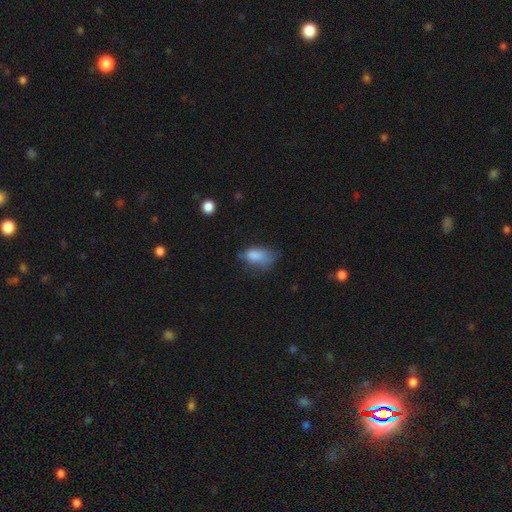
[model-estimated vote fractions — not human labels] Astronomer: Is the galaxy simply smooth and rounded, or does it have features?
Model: smooth — 80%.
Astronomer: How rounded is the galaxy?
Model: in between — 89%.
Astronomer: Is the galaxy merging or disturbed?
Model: minor disturbance — 36% (runner-up: none, 35%).